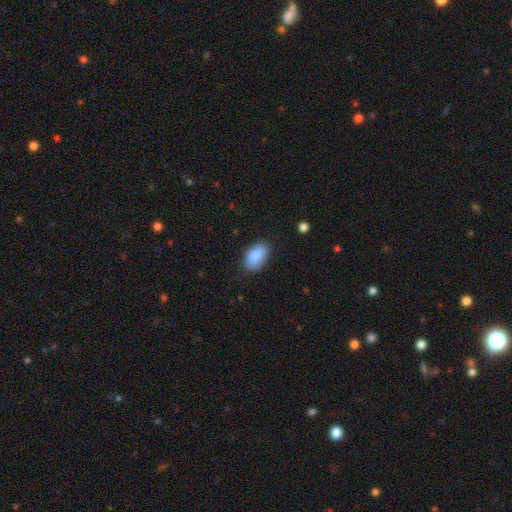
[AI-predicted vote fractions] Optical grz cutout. It shows a smooth galaxy with no disk features (89%) that is in between round and cigar-shaped (93%). Merging: none (84%).